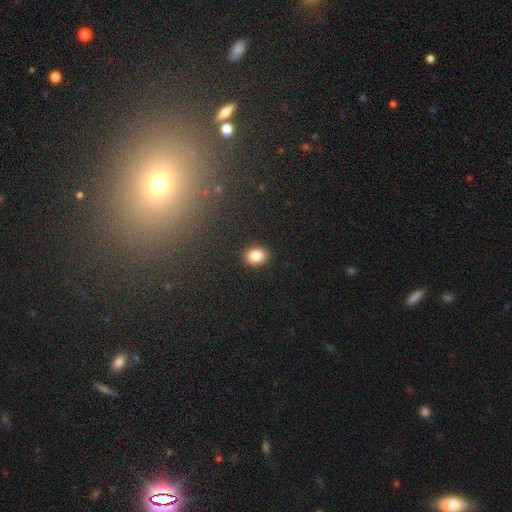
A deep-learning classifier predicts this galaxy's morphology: smooth_or_featured: smooth (p=0.85) [alt: star or artifact p=0.09]
how_rounded: round (p=0.50) [alt: in between p=0.49]
merging: none (p=0.90) [alt: minor disturbance p=0.07]